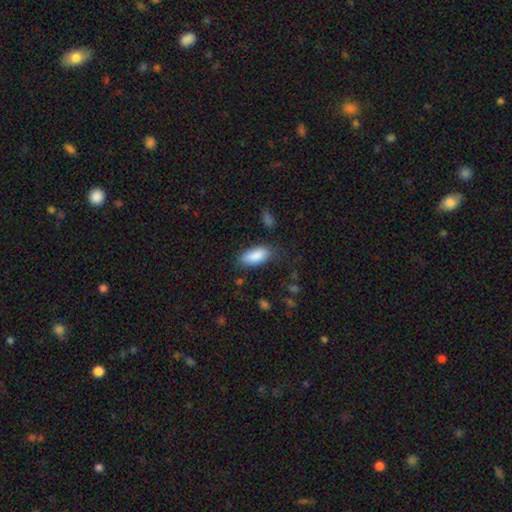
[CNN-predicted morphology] This appears to be a smooth galaxy with no disk features (88%) that is in between round and cigar-shaped (89%). Merging: none (77%).